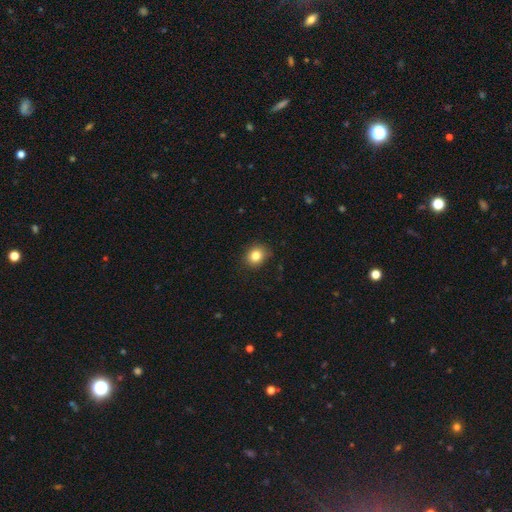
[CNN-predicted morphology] Overall: smooth (83%). How rounded: round (69%; in between 30%). Merging: none (86%).